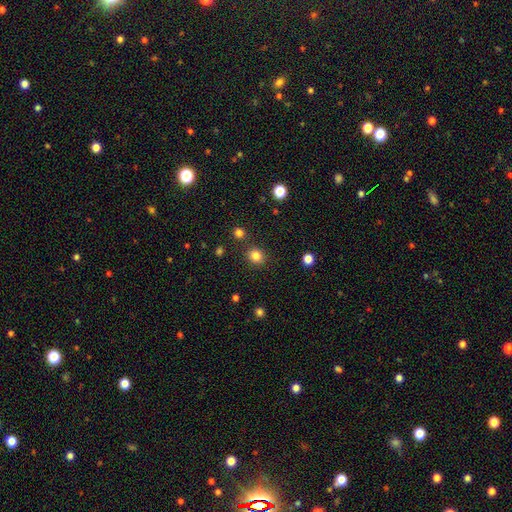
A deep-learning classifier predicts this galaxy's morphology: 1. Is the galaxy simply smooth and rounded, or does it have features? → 83% smooth, 12% star or artifact, 5% featured or disk.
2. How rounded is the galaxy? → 79% round, 20% in between, 1% cigar-shaped.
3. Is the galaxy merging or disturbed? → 86% none, 8% minor disturbance, 4% merger, 3% major disturbance.